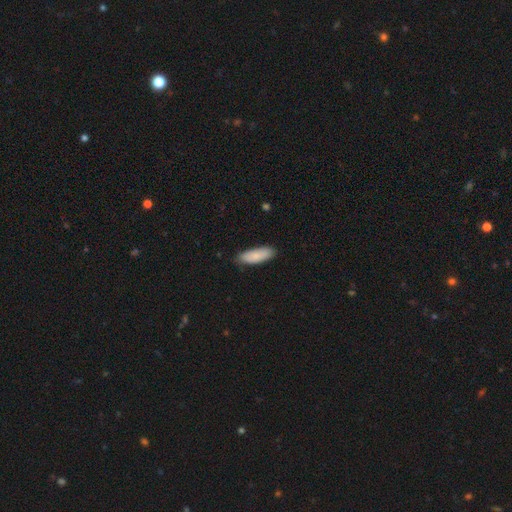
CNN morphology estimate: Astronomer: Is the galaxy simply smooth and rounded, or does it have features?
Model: smooth — 85%.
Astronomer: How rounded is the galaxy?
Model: in between — 68%.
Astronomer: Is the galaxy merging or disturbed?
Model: none — 81%.